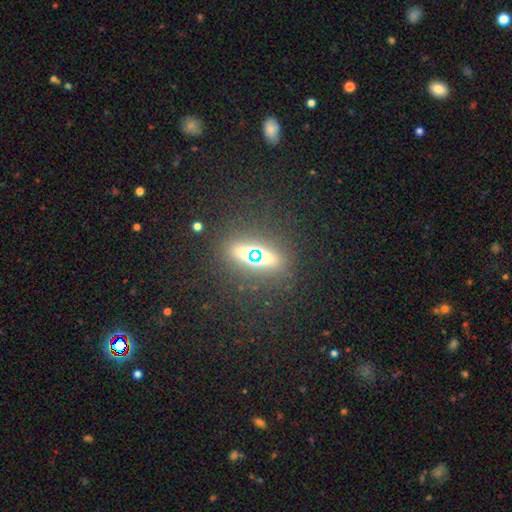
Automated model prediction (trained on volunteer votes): A star or artifact, not a galaxy (50%).